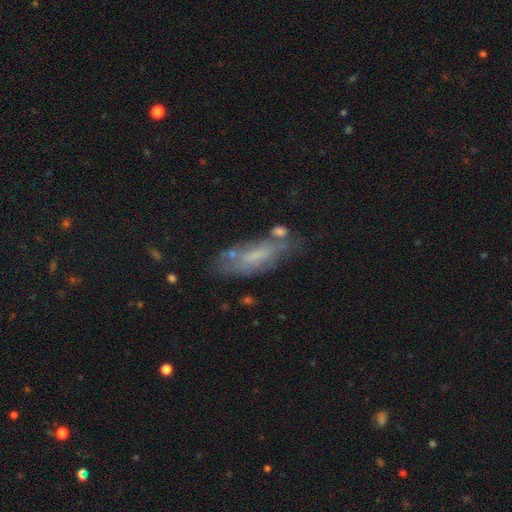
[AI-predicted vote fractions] smooth_or_featured: featured or disk (p=0.46) [alt: smooth p=0.44]
merging: none (p=0.54) [alt: minor disturbance p=0.24]